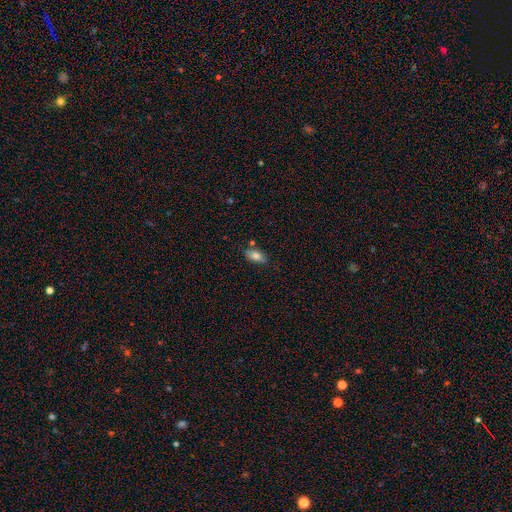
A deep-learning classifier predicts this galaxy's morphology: type=smooth (80%); roundness=in between (88%); merging=none (74%).